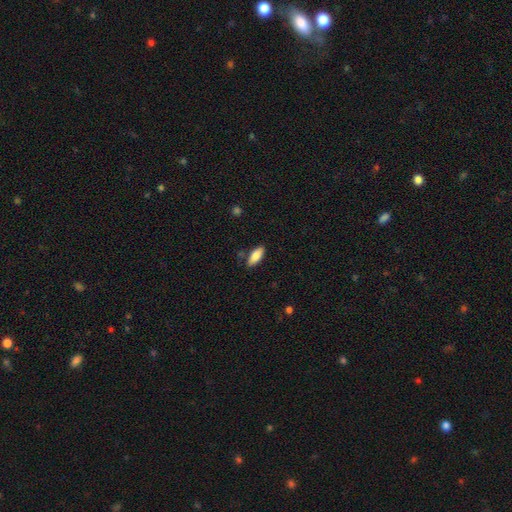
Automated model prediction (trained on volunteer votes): Q: Smooth or featured?
A: smooth (82%); runner-up: featured or disk (11%)
Q: How rounded?
A: in between (79%); runner-up: cigar-shaped (19%)
Q: Merging?
A: none (81%); runner-up: minor disturbance (14%)